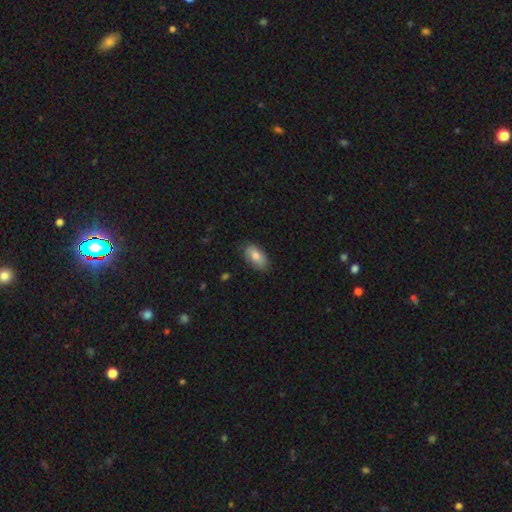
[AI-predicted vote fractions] smooth 76%, featured or disk 17%, star or artifact 7%. Down the decision tree: how rounded — in between (93%); merging — none (81%).